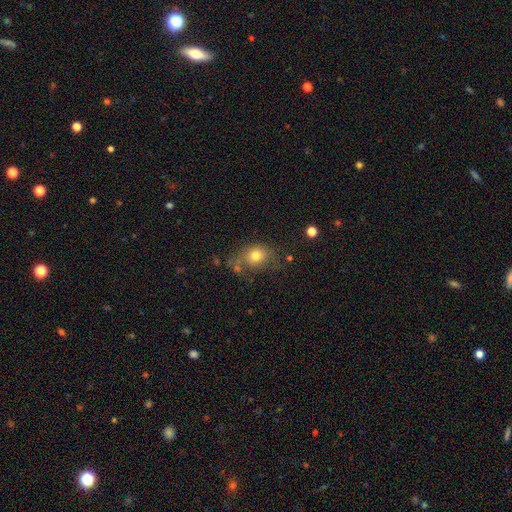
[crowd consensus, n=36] This appears to be a smooth galaxy with no disk features (89%) that is round (84%). Merging: none (57%).